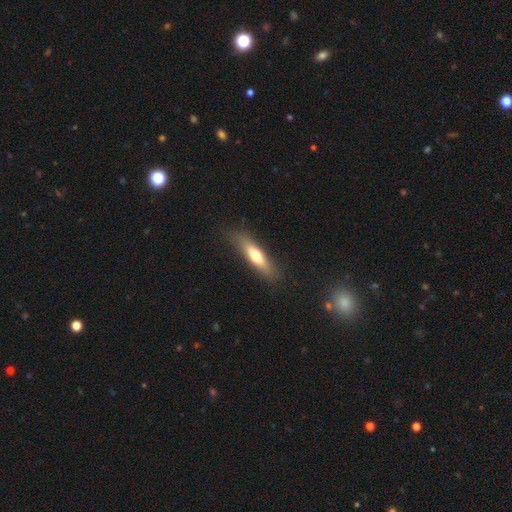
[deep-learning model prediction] smooth 60%, featured or disk 34%, star or artifact 6%. Down the decision tree: how rounded — cigar-shaped (70%); merging — none (84%).